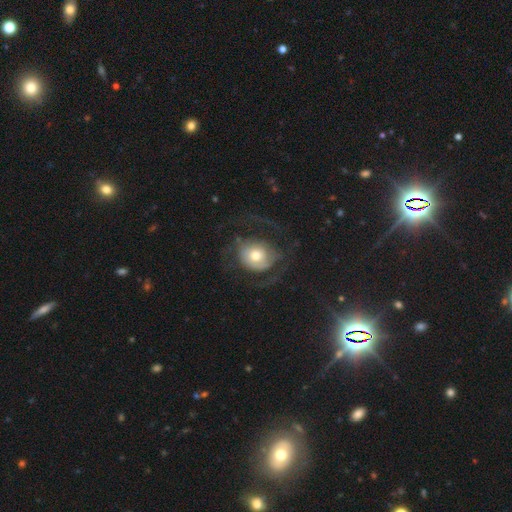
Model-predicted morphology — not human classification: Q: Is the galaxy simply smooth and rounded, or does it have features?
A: featured or disk — 59%.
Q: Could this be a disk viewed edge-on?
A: no — 97%.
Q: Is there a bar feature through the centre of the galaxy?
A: no — 77%.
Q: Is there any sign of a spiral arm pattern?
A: yes — 73%.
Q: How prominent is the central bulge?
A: moderate — 64%.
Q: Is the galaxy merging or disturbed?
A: none — 48%.